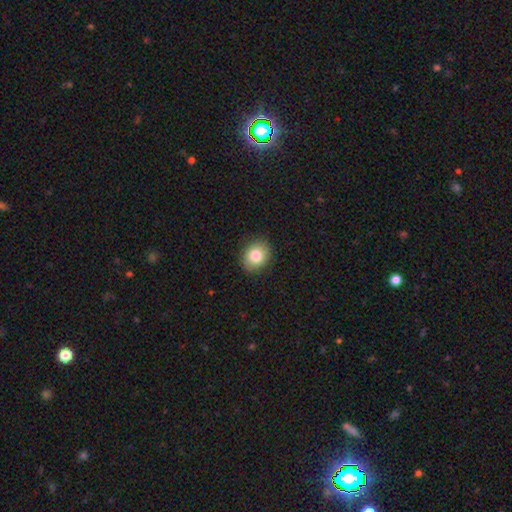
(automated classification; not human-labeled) smooth_or_featured: smooth (p=0.83) [alt: star or artifact p=0.09]
how_rounded: round (p=0.57) [alt: in between p=0.42]
merging: none (p=0.89) [alt: minor disturbance p=0.08]